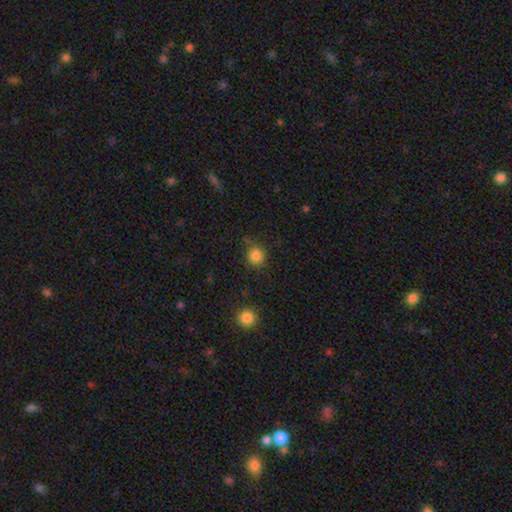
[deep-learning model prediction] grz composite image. It shows a smooth galaxy with no disk features (85%) that is round (91%). Merging: none (81%).